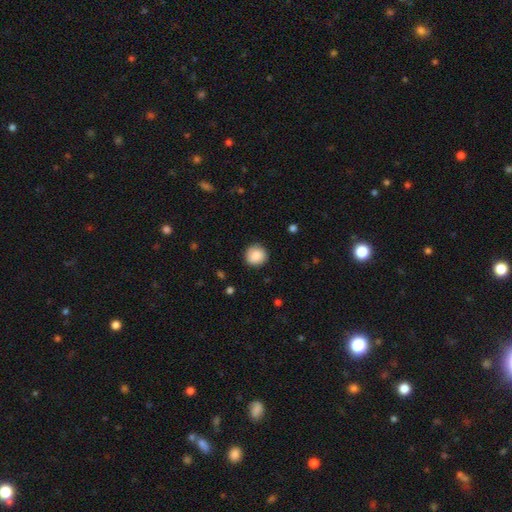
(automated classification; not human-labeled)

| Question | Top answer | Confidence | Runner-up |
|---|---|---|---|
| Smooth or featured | smooth | 88% | star or artifact (7%) |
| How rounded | round | 93% | in between (6%) |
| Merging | none | 90% | minor disturbance (7%) |